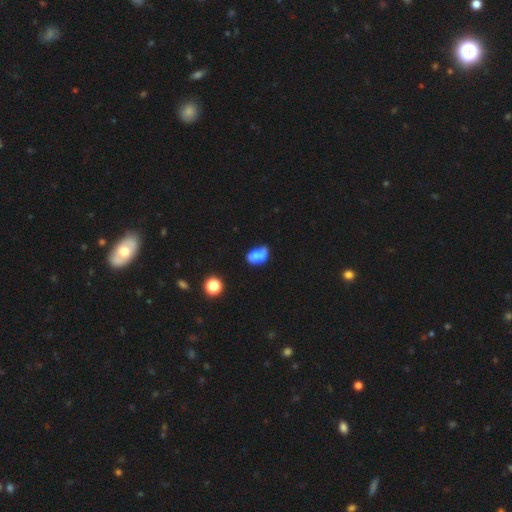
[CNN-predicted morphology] This is likely a smooth galaxy (67%). How rounded: likely in between (73%). Merging: possibly merger (58%).